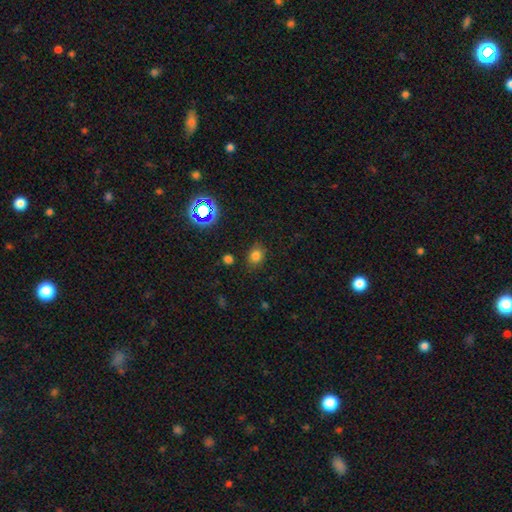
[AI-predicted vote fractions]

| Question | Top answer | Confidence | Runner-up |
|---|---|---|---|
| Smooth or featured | smooth | 76% | star or artifact (18%) |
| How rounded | in between | 50% | round (49%) |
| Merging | none | 81% | minor disturbance (13%) |